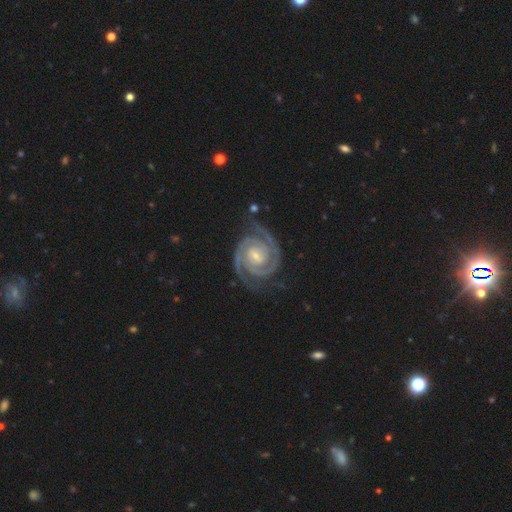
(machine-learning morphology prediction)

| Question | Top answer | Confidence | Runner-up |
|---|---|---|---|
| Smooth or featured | featured or disk | 94% | star or artifact (3%) |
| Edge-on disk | no | 98% | yes (2%) |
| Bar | weak | 42% | no (34%) |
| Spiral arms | yes | 99% | no (1%) |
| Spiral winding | tight | 75% | medium (22%) |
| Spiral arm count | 2 | 88% | 3 (6%) |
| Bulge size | small | 68% | moderate (27%) |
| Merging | none | 79% | minor disturbance (15%) |